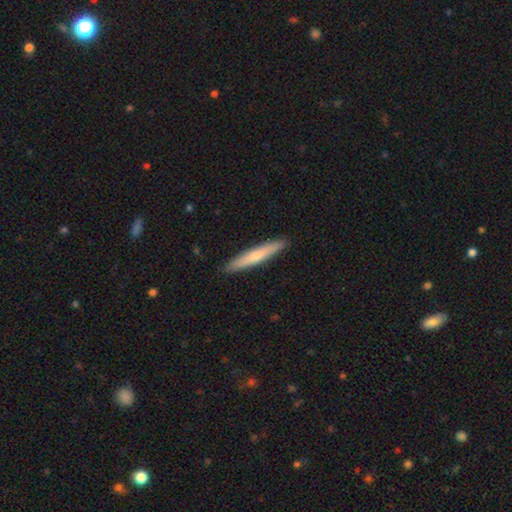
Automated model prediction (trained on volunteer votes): A smooth galaxy with no disk features (61%) that is cigar-shaped (94%). Merging: none (91%).